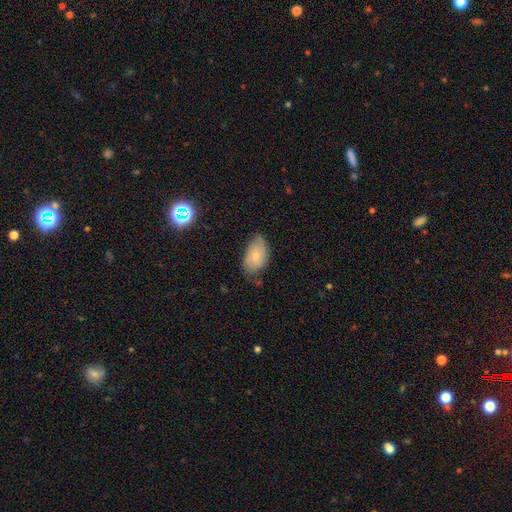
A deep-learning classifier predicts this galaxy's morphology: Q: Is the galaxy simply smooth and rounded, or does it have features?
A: smooth — 66%.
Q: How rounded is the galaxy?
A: in between — 92%.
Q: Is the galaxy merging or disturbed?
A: none — 54%.